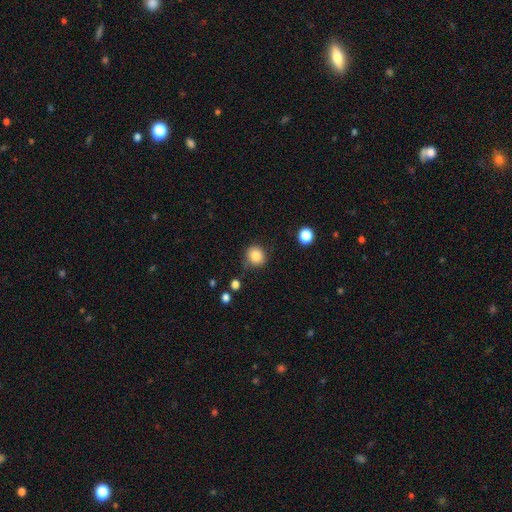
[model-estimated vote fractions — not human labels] This appears to be a smooth galaxy with no disk features (84%) that is round (87%). Merging: none (79%).